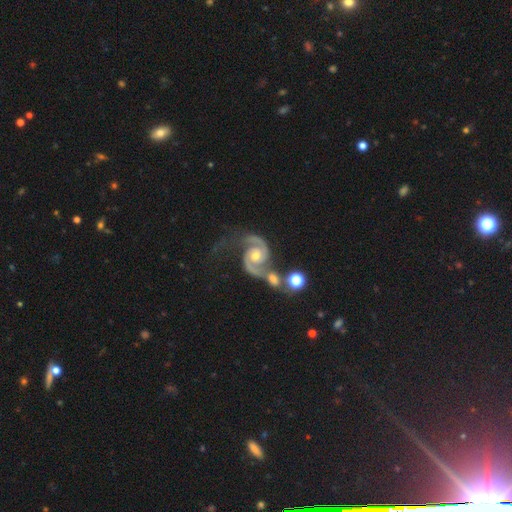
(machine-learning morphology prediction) Overall: featured or disk (84%). Edge-on disk: no (97%). Bar: no (54%; weak 34%). Spiral arms: yes (94%). Spiral arm count: 2 (79%). Spiral winding: medium (45%; loose 42%). Bulge size: moderate (56%; small 32%). Merging: none (35%; merger 27%).